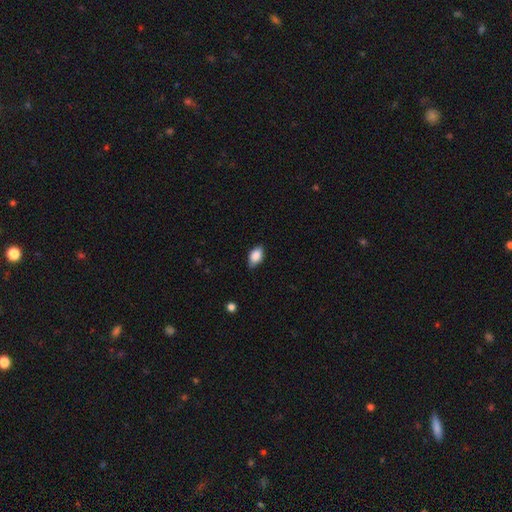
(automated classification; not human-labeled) Smooth or featured? smooth (86%)
How rounded? in between (89%)
Merging? none (76%)